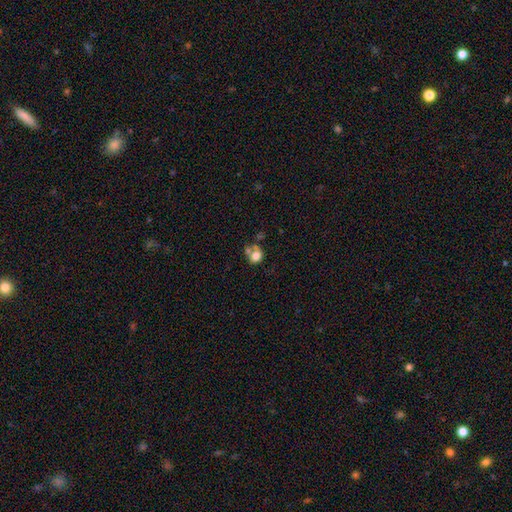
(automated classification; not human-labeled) The model was most divided on "merging": none: 41%, merger: 37%, minor disturbance: 14%, major disturbance: 9%. More confident: smooth or featured — smooth (74%); how rounded — round (68%).